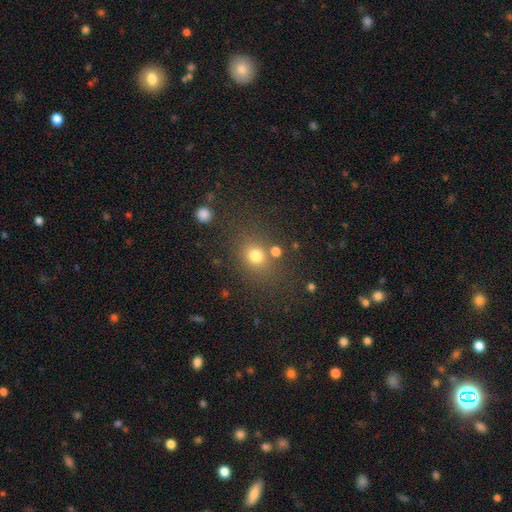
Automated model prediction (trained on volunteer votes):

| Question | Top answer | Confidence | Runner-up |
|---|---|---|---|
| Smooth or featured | smooth | 75% | star or artifact (16%) |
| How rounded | round | 63% | in between (36%) |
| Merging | none | 71% | minor disturbance (13%) |